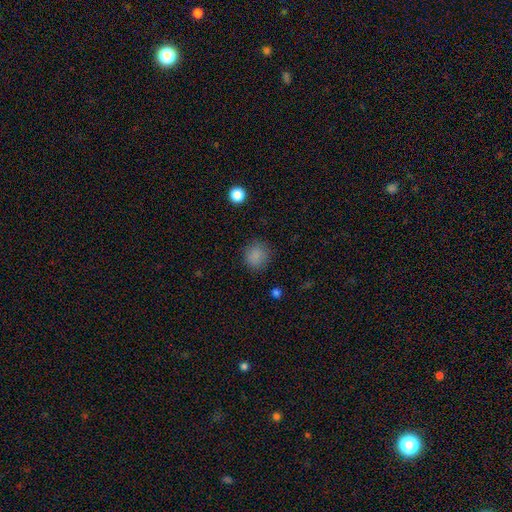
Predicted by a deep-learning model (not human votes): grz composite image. It shows a smooth galaxy with no disk features (84%) that is round (88%). Merging: none (84%).